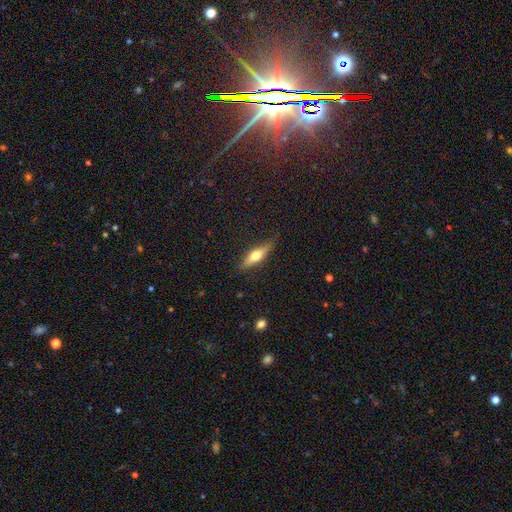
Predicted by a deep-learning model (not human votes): Smooth or featured? featured or disk (50%)
Merging? none (83%)